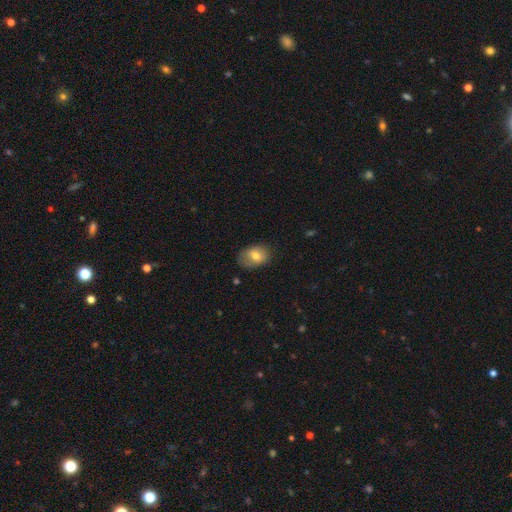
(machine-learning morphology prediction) The model was most divided on "merging": none: 67%, minor disturbance: 25%, major disturbance: 7%, merger: 1%. More confident: how rounded — in between (76%); smooth or featured — smooth (72%).